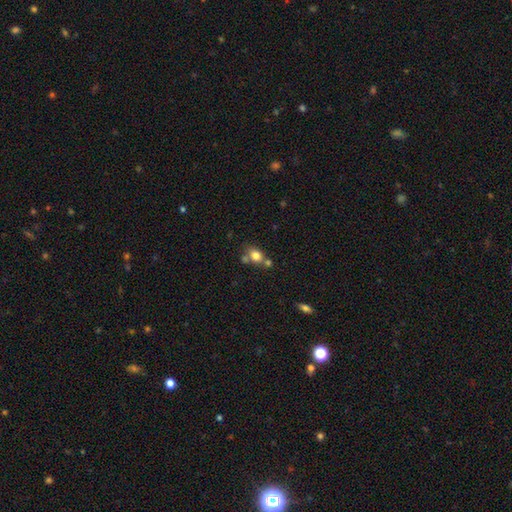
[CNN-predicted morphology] Smooth or featured?
  - smooth: 78% *
  - featured or disk: 11%
  - star or artifact: 11%
How rounded?
  - in between: 50% *
  - round: 49%
  - cigar-shaped: 2%
Merging?
  - none: 49% *
  - merger: 32%
  - minor disturbance: 14%
  - major disturbance: 5%